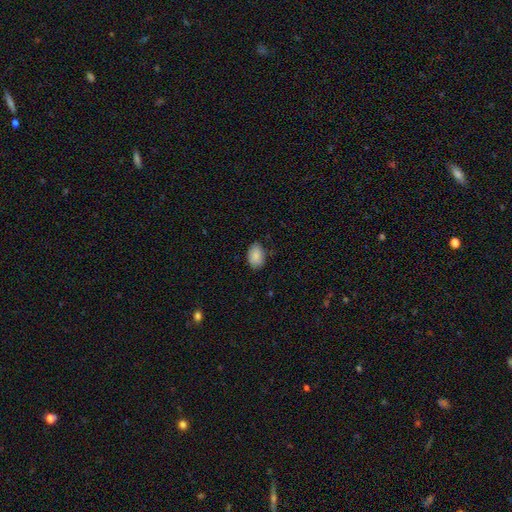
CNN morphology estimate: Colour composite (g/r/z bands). It shows a smooth galaxy with no disk features (87%) that is in between round and cigar-shaped (87%). Merging: none (76%).